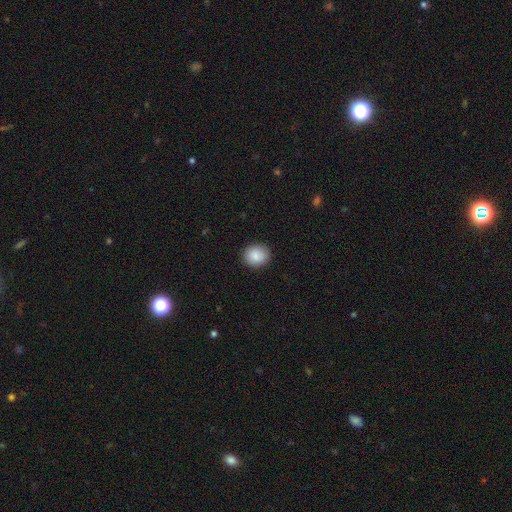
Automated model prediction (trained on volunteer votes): Smooth or featured: smooth — 88% (star or artifact — 8%)
How rounded: round — 76% (in between — 23%)
Merging: none — 89% (minor disturbance — 8%)